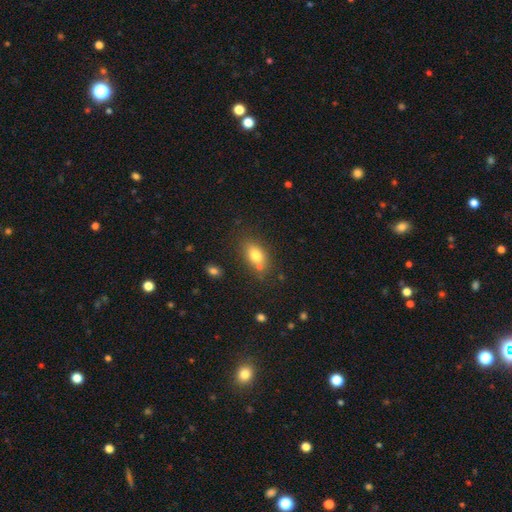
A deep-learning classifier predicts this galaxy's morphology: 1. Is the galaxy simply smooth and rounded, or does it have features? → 77% smooth, 13% featured or disk, 10% star or artifact.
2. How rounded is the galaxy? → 81% in between, 16% round, 4% cigar-shaped.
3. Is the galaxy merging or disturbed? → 65% none, 16% minor disturbance, 14% merger, 5% major disturbance.